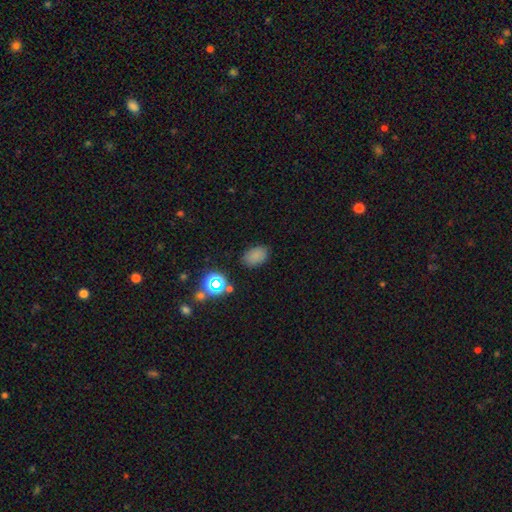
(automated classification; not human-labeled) A smooth galaxy with no disk features (77%) that is in between round and cigar-shaped (83%). Merging: none (81%).